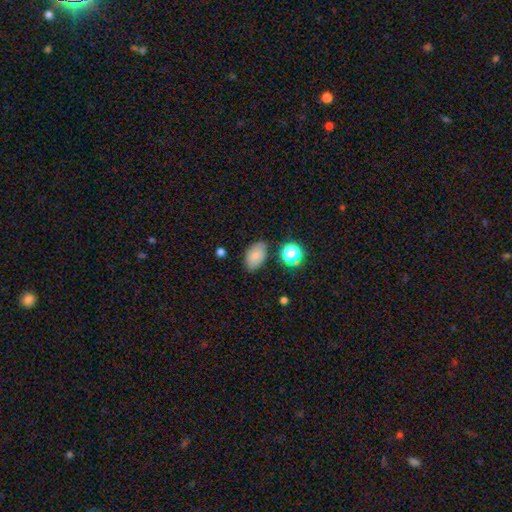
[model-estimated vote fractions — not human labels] This is clearly a smooth galaxy (80%). How rounded: clearly in between (88%). Merging: likely none (77%).